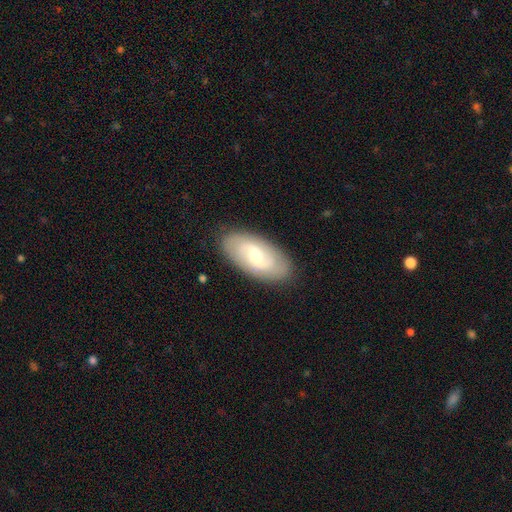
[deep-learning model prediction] The model was most divided on "bulge size": small: 48%, moderate: 46%, large: 3%, none: 2%, dominant: 1%. More confident: edge-on disk — no (93%); merging — none (86%); spiral arms — yes (80%); smooth or featured — featured or disk (63%); bar — weak (56%).